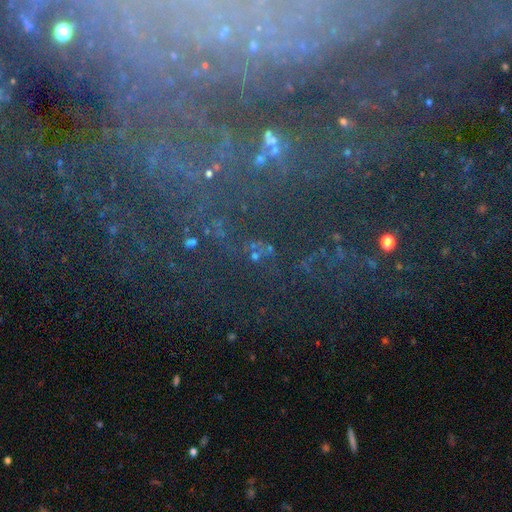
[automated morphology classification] smooth_or_featured: star or artifact (p=0.63) [alt: featured or disk p=0.22]